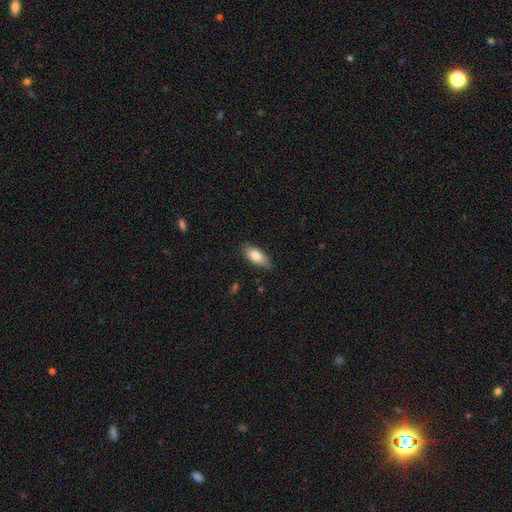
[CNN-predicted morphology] Smooth or featured: smooth — 80% (featured or disk — 14%)
How rounded: in between — 86% (cigar-shaped — 12%)
Merging: none — 81% (minor disturbance — 15%)